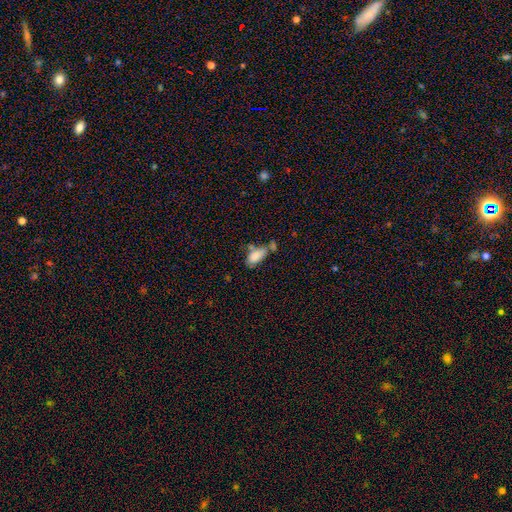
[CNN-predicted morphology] Overall: smooth (82%). How rounded: in between (87%). Merging: none (38%; merger 28%).